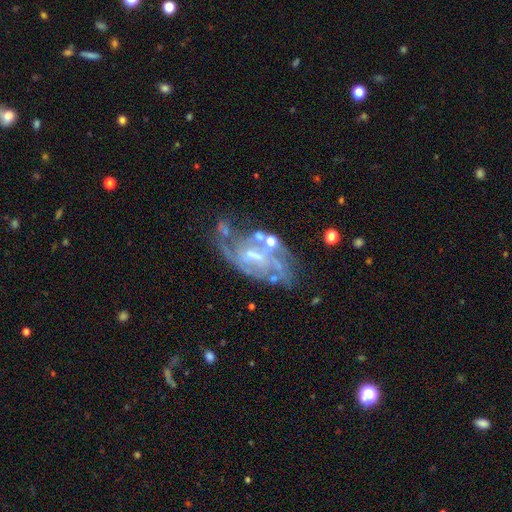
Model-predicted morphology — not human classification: This appears to be a featured or disk galaxy (79%) with a weak bar (45%), medium (40%) spiral arms (72%) and a small central bulge (51%). Merging: none (43%).